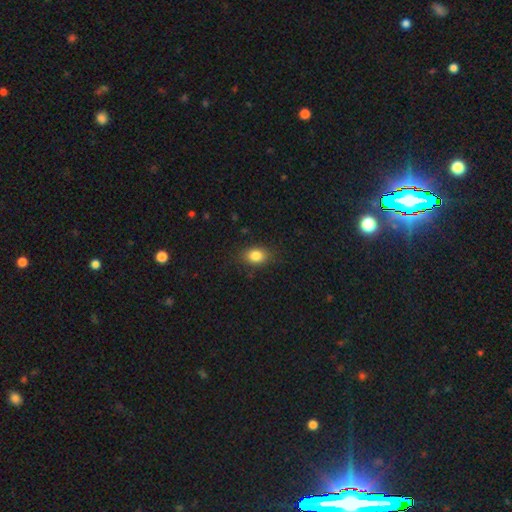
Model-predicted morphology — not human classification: This appears to be a smooth galaxy with no disk features (83%) that is in between round and cigar-shaped (68%). Merging: none (84%).